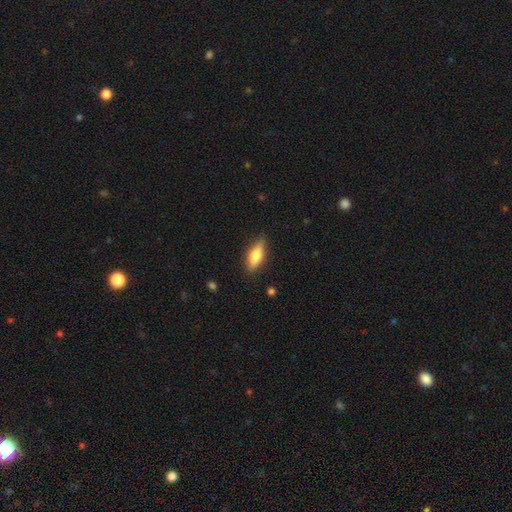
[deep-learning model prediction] Smooth or featured? smooth (62%)
How rounded? in between (59%)
Merging? none (85%)